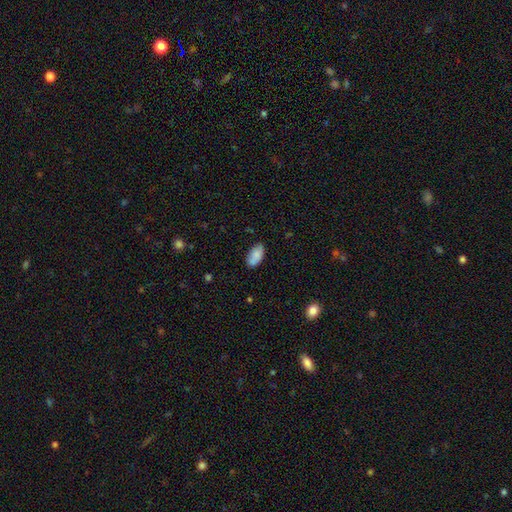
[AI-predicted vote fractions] The model was most divided on "merging": none: 73%, minor disturbance: 19%, merger: 5%, major disturbance: 4%. More confident: how rounded — in between (93%); smooth or featured — smooth (83%).